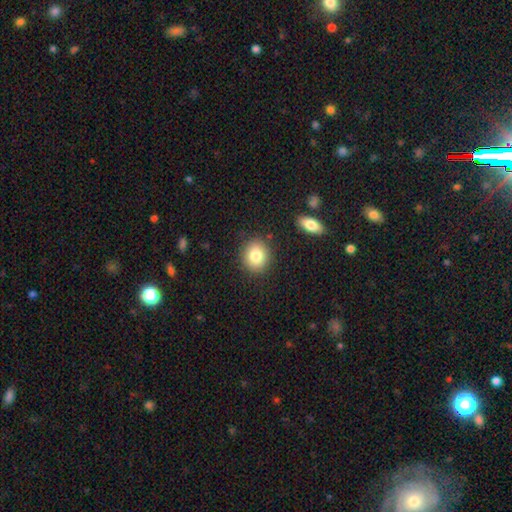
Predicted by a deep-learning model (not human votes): Smooth or featured? smooth (82%)
How rounded? round (75%)
Merging? none (87%)